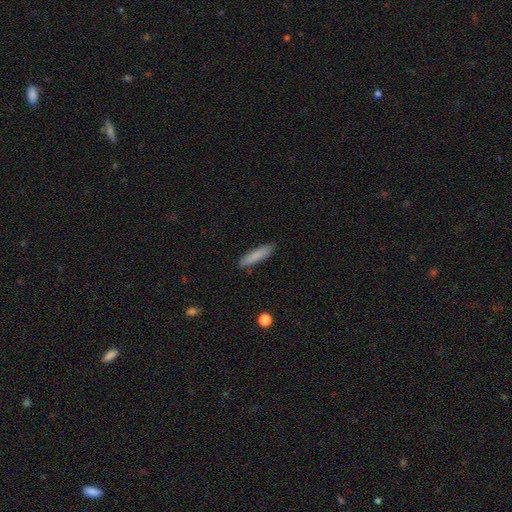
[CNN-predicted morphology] This is clearly a smooth galaxy (83%). How rounded: clearly cigar-shaped (83%). Merging: clearly none (87%).